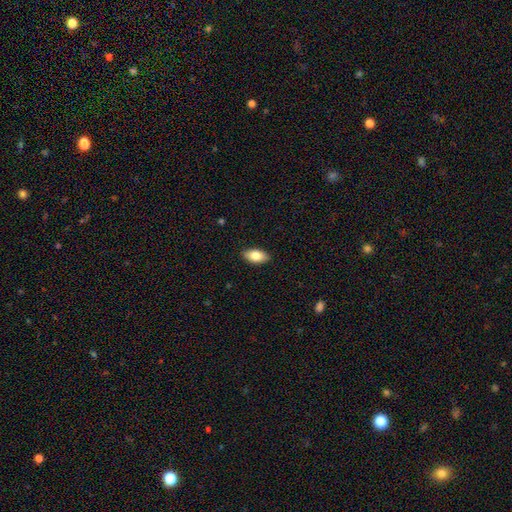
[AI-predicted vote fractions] smooth-or-featured: smooth: 82% | featured or disk: 11% | star or artifact: 7%
  how-rounded: in between: 93% | cigar-shaped: 4% | round: 3%
  merging: none: 89% | minor disturbance: 8% | major disturbance: 2% | merger: 1%